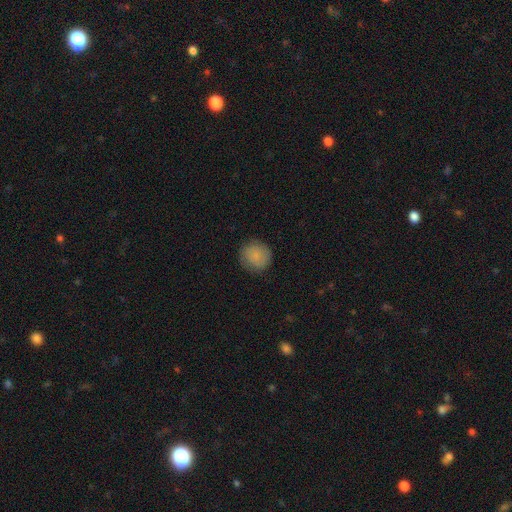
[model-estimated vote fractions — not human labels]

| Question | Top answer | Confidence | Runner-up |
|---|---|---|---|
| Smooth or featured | smooth | 79% | featured or disk (13%) |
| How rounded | round | 90% | in between (9%) |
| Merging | none | 82% | minor disturbance (13%) |